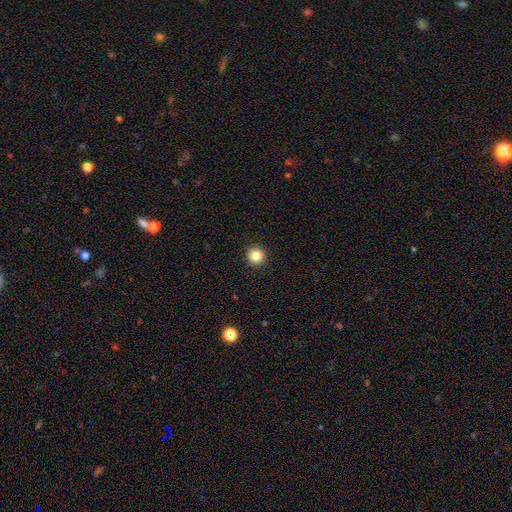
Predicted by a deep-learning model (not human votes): This is clearly a smooth galaxy (85%). How rounded: clearly round (96%). Merging: clearly none (93%).